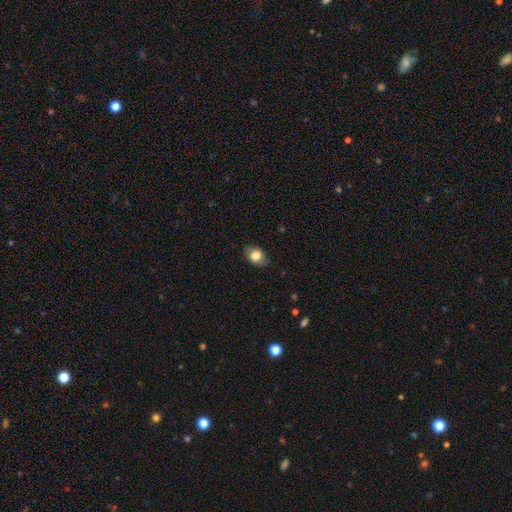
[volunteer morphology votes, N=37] Smooth or featured? 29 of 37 (78%) said smooth. How rounded? 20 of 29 (69%) said in between. Merging? 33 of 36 (92%) said none.